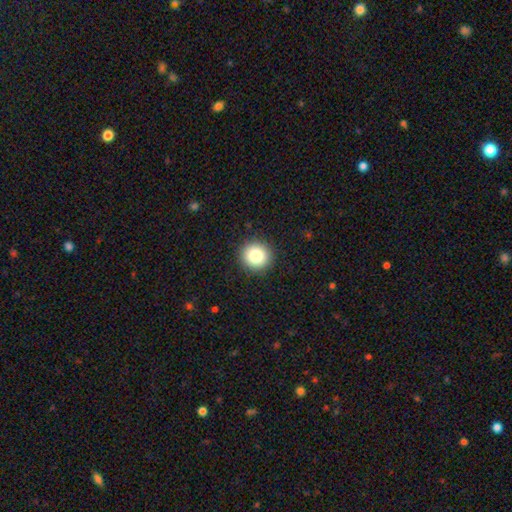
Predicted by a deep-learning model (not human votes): Smooth or featured?
  - smooth: 82% *
  - star or artifact: 10%
  - featured or disk: 8%
How rounded?
  - round: 93% *
  - in between: 6%
  - cigar-shaped: 1%
Merging?
  - none: 92% *
  - minor disturbance: 5%
  - major disturbance: 2%
  - merger: 1%